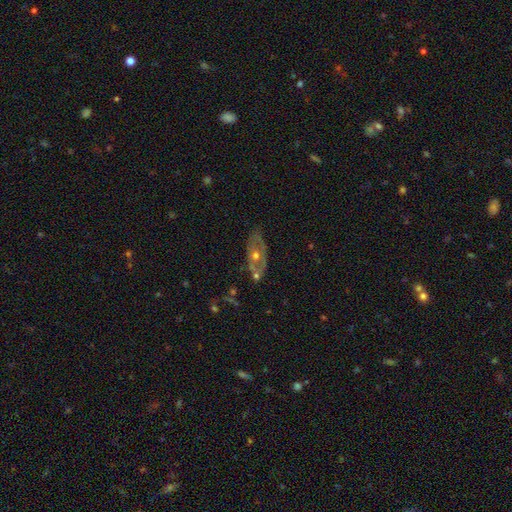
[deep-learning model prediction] featured or disk 66%, smooth 26%, star or artifact 8%. Down the decision tree: edge-on disk — no (83%); bar — no (88%); spiral arms — no (73%); bulge size — moderate (70%); merging — none (61%).